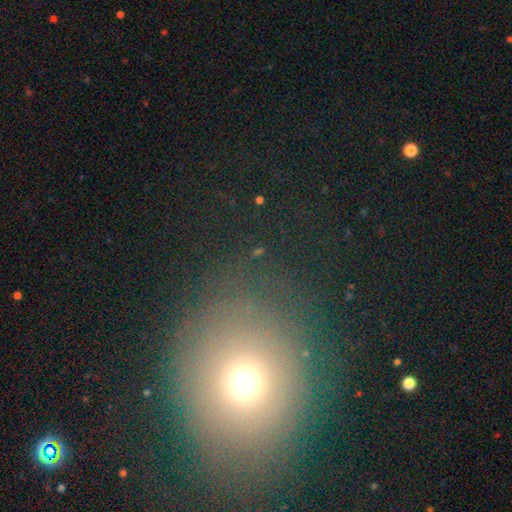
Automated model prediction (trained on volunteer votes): This appears to be a smooth galaxy with no disk features (56%) that is round (78%). Merging: none (78%).